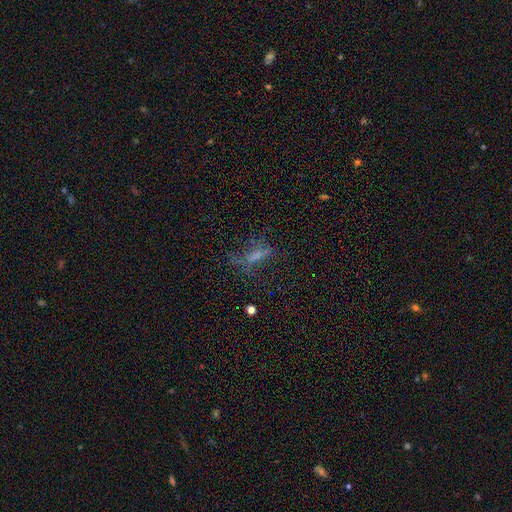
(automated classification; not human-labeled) Smooth or featured: featured or disk — 34% (smooth — 33%)
Merging: none — 51% (major disturbance — 26%)